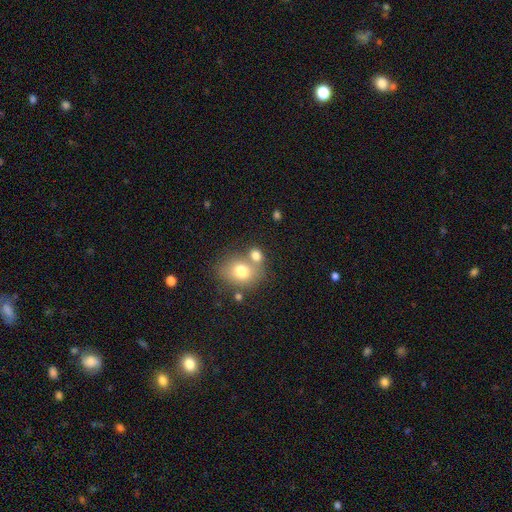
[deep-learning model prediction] Morphology: type=smooth (76%); roundness=round (54%); merging=none (46%).